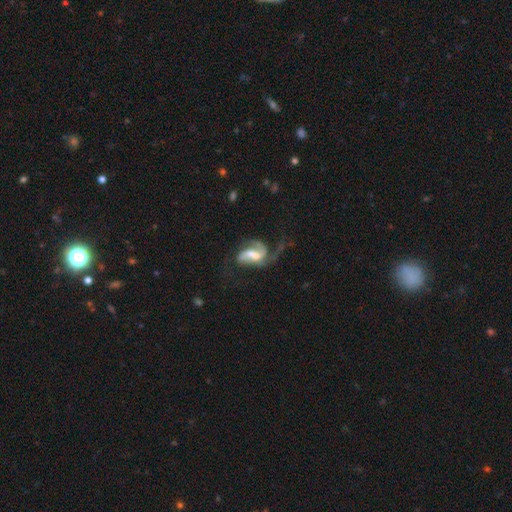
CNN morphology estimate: Q: Smooth or featured?
A: featured or disk (78%); runner-up: smooth (15%)
Q: Edge-on disk?
A: no (97%); runner-up: yes (3%)
Q: Bar?
A: weak (45%); runner-up: strong (28%)
Q: Spiral arms?
A: yes (90%); runner-up: no (10%)
Q: Spiral winding?
A: loose (47%); runner-up: medium (40%)
Q: Spiral arm count?
A: 2 (62%); runner-up: 1 (17%)
Q: Bulge size?
A: moderate (41%); runner-up: small (31%)
Q: Merging?
A: major disturbance (40%); runner-up: none (33%)